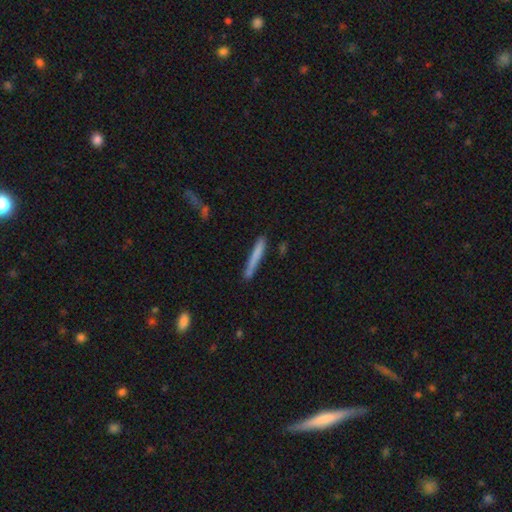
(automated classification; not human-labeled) This appears to be a smooth galaxy with no disk features (70%) that is cigar-shaped (96%). Merging: none (79%).